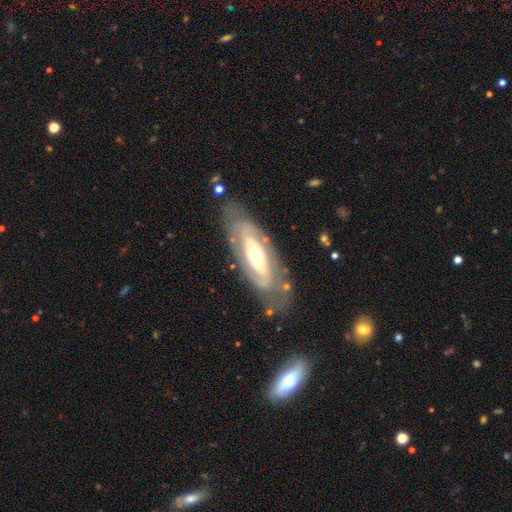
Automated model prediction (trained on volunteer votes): featured or disk 74%, smooth 21%, star or artifact 5%. Down the decision tree: edge-on disk — no (83%); bar — no (72%); spiral arms — yes (54%); bulge size — moderate (62%); merging — none (75%).